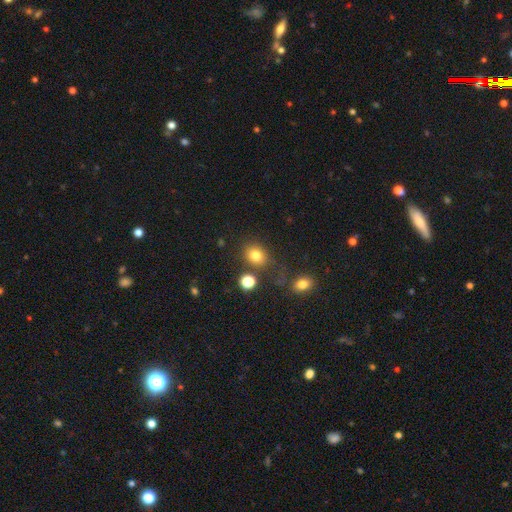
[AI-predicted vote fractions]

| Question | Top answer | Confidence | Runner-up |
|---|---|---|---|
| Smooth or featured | smooth | 80% | star or artifact (12%) |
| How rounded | round | 59% | in between (40%) |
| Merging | none | 71% | minor disturbance (13%) |